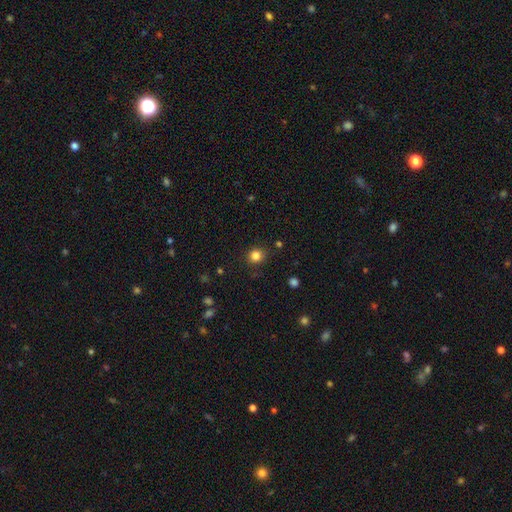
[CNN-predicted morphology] This appears to be a smooth galaxy with no disk features (82%) that is round (87%). Merging: none (87%).